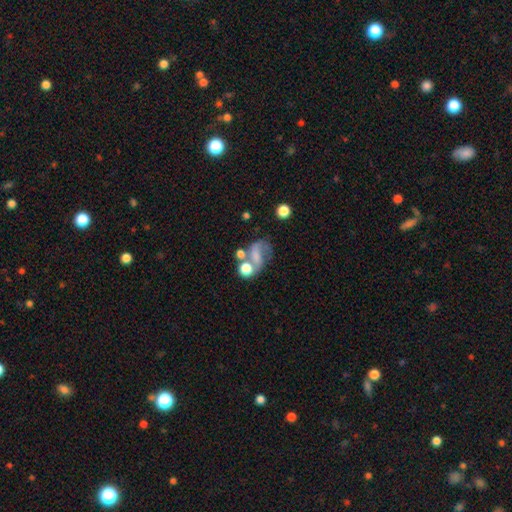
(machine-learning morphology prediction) smooth 46%, featured or disk 39%, star or artifact 15%. Down the decision tree: merging — merger (33%).